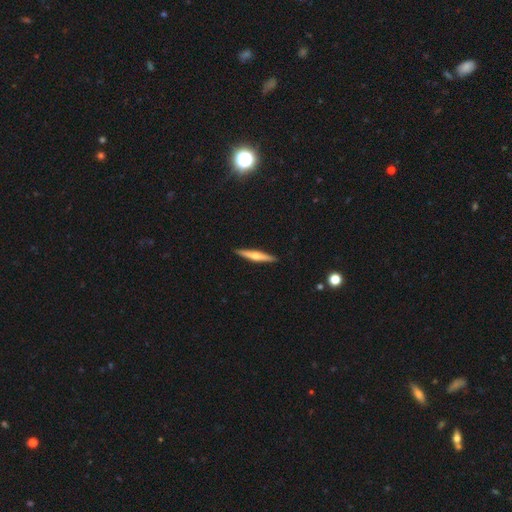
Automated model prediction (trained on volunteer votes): The model was most divided on "smooth or featured": featured or disk: 55%, smooth: 40%, star or artifact: 5%. More confident: edge-on disk — yes (97%); merging — none (92%); edge-on bulge — rounded (83%).